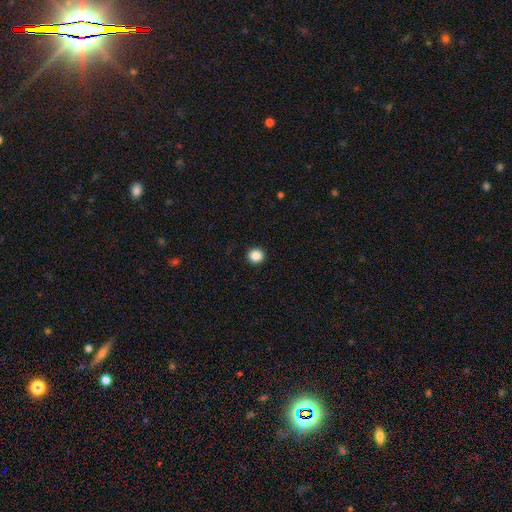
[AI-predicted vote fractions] Overall: smooth (87%). How rounded: round (92%). Merging: none (93%).